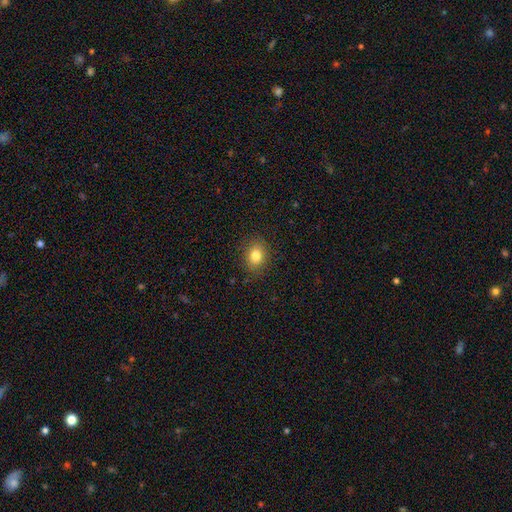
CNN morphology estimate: A smooth galaxy with no disk features (82%) that is in between round and cigar-shaped (52%). Merging: none (87%).